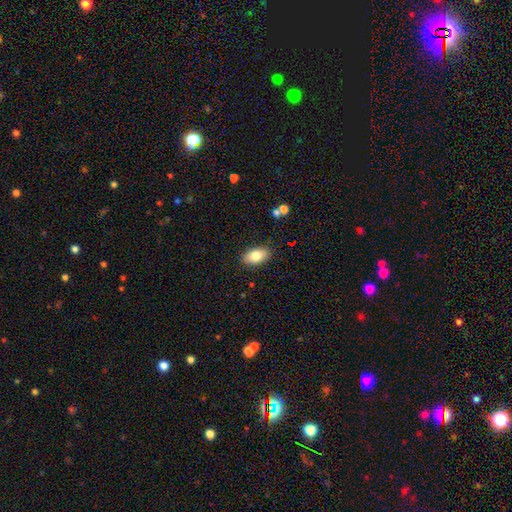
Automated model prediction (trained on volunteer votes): A smooth galaxy with no disk features (79%) that is in between round and cigar-shaped (92%). Merging: none (88%).